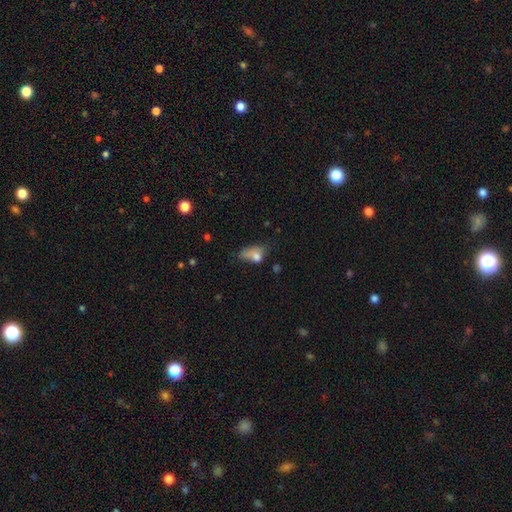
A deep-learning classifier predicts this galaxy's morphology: smooth 70%, featured or disk 18%, star or artifact 12%. Down the decision tree: how rounded — in between (76%); merging — major disturbance (32%, tied with minor disturbance).